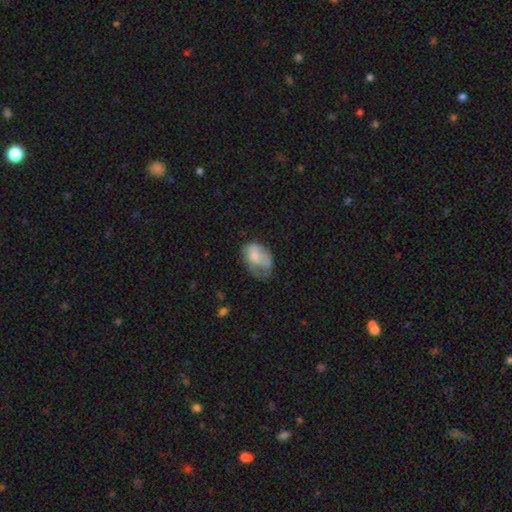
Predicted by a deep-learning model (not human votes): A smooth galaxy with no disk features (67%) that is in between round and cigar-shaped (81%). Merging: minor disturbance (35%).